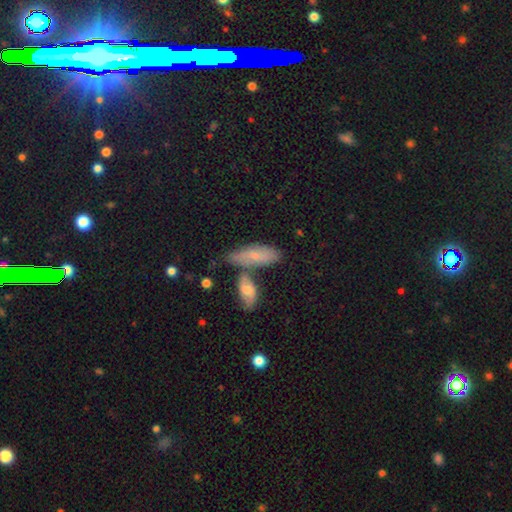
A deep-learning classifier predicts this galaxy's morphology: smooth_or_featured: smooth (p=0.62) [alt: featured or disk p=0.30]
how_rounded: in between (p=0.68) [alt: cigar-shaped p=0.29]
merging: none (p=0.41) [alt: merger p=0.34]